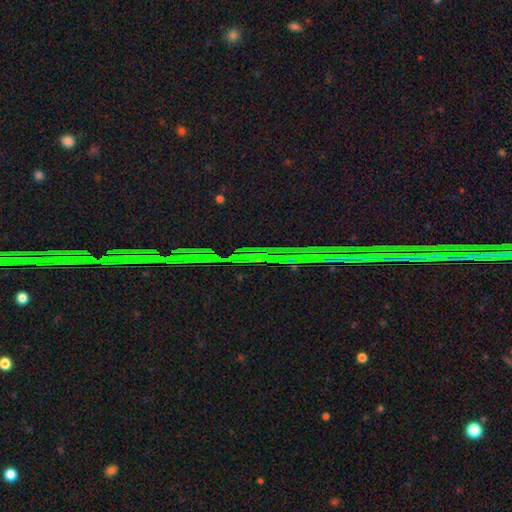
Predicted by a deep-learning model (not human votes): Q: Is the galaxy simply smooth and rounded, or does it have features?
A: star or artifact — 87%.